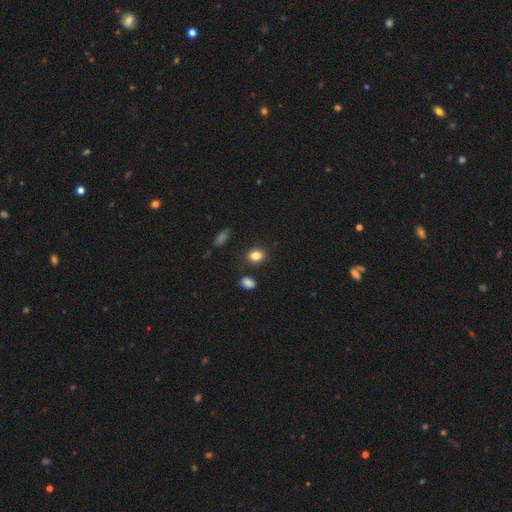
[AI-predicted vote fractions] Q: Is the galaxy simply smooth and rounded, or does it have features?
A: smooth — 84%.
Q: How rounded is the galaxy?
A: in between — 51%.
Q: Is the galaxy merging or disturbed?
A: none — 83%.